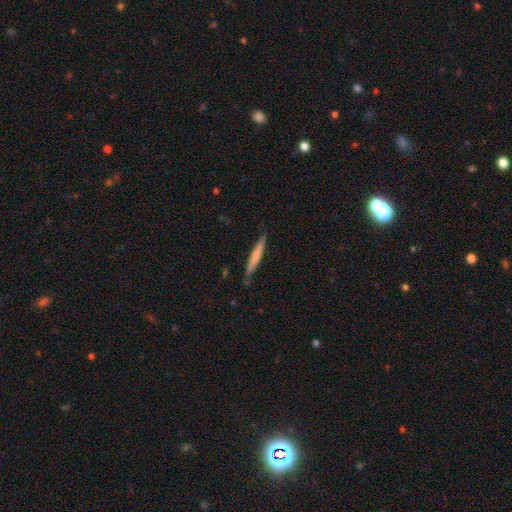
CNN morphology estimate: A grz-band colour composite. It shows a smooth galaxy with no disk features (61%) that is cigar-shaped (95%). Merging: none (83%).